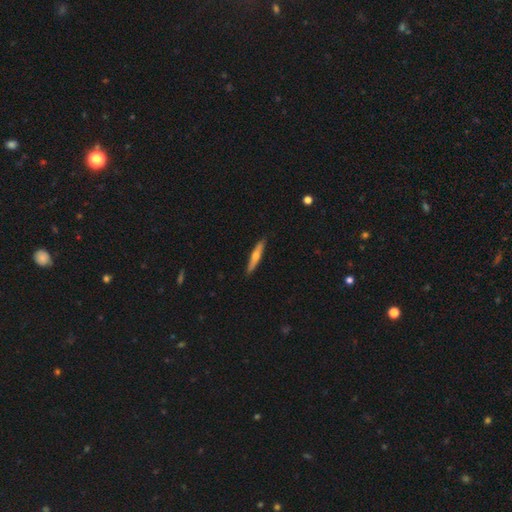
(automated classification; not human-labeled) Smooth or featured: smooth — 48% (featured or disk — 47%)
Merging: none — 90% (minor disturbance — 8%)